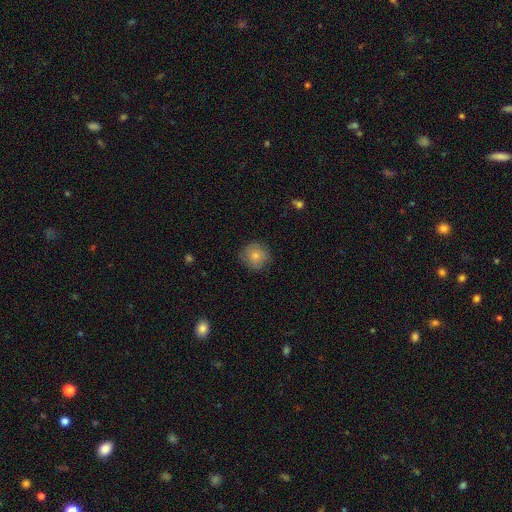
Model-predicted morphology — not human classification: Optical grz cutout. It shows a smooth galaxy with no disk features (78%) that is round (91%). Merging: none (80%).